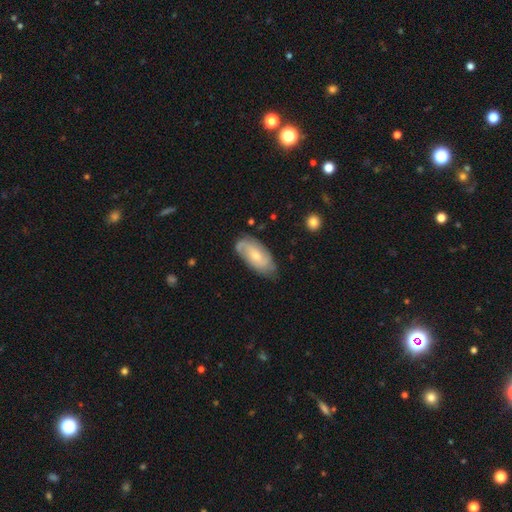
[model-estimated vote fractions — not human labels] This is possibly a featured or disk galaxy (59%). It is clearly not viewed edge-on (92%). Bar: likely no (65%). Spiral arm pattern: clearly yes (87%). Central bulge: possibly small (54%). Merging: likely none (69%).